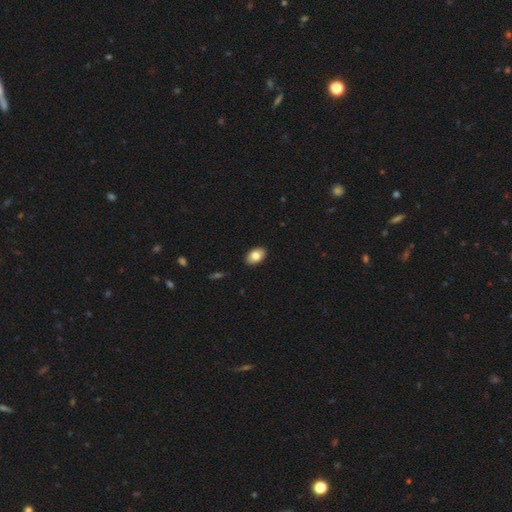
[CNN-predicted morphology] This is clearly a smooth galaxy (82%). How rounded: clearly in between (89%). Merging: clearly none (90%).